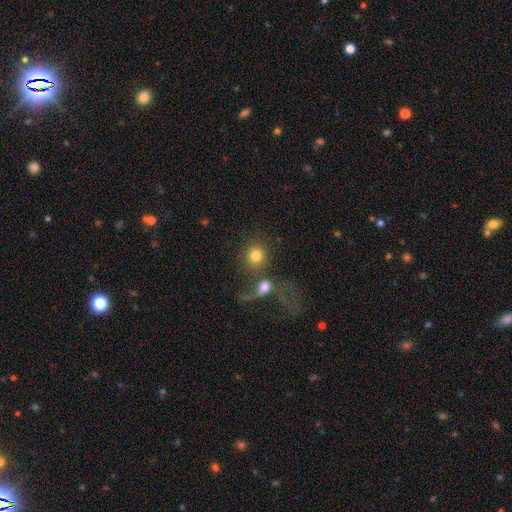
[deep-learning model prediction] smooth_or_featured: smooth (p=0.77) [alt: featured or disk p=0.12]
how_rounded: round (p=0.86) [alt: in between p=0.13]
merging: none (p=0.45) [alt: merger p=0.35]